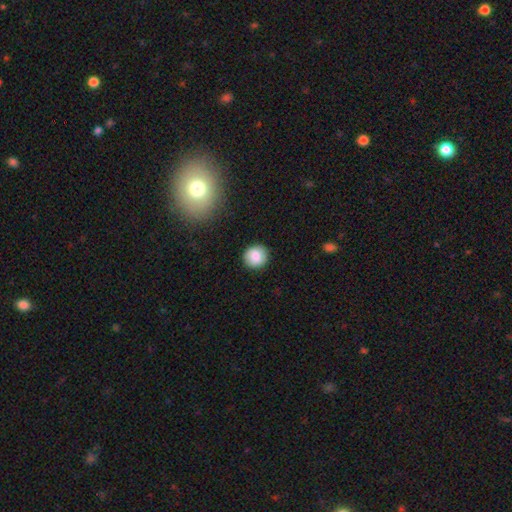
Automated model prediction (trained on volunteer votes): Smooth or featured? Predicted: smooth (p=0.83). How rounded? Predicted: round (p=0.91). Merging? Predicted: none (p=0.90).